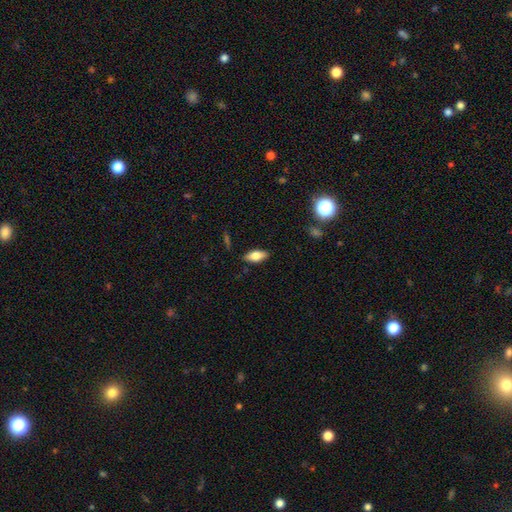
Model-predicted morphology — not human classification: type=smooth (75%); roundness=in between (84%); merging=none (86%).